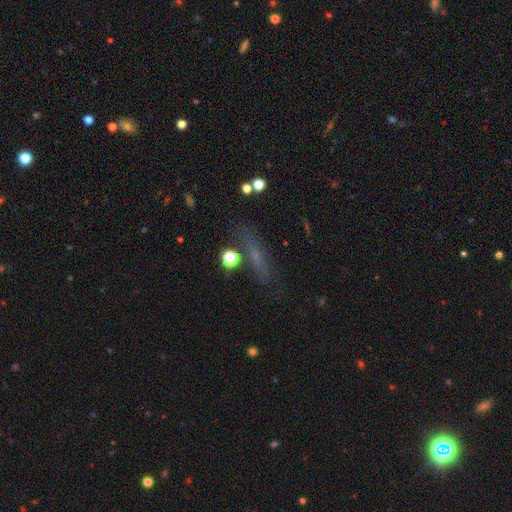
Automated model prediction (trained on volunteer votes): Smooth or featured? Predicted: smooth (p=0.48). Merging? Predicted: none (p=0.71).